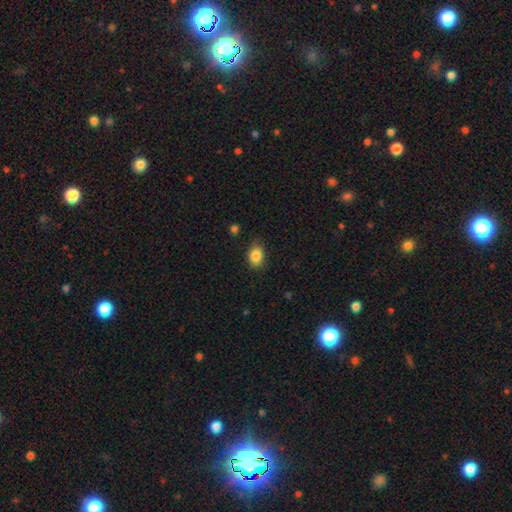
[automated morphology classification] Q: Smooth or featured?
A: smooth (86%); runner-up: star or artifact (9%)
Q: How rounded?
A: in between (75%); runner-up: round (23%)
Q: Merging?
A: none (79%); runner-up: minor disturbance (16%)